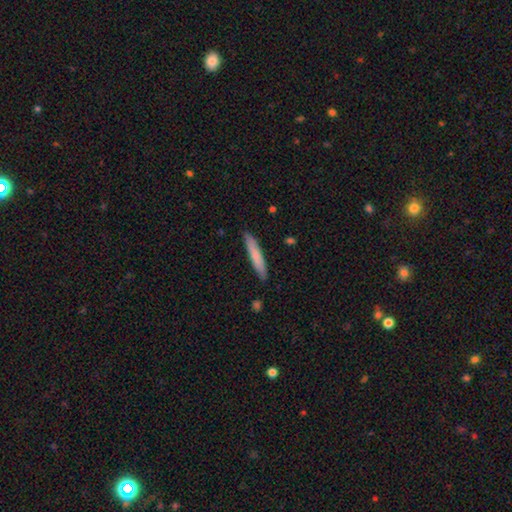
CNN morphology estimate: Smooth or featured: smooth — 75% (featured or disk — 19%)
How rounded: cigar-shaped — 93% (in between — 6%)
Merging: none — 89% (minor disturbance — 9%)